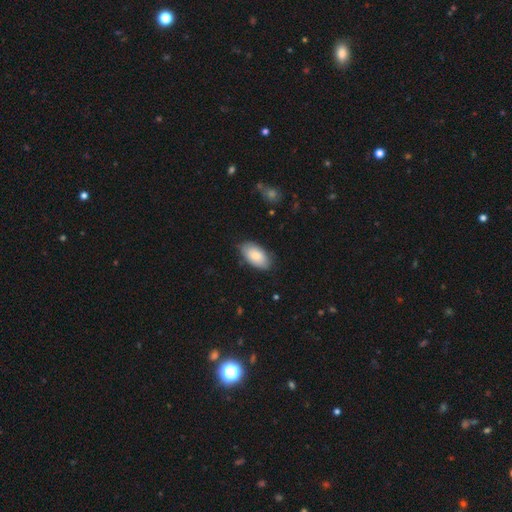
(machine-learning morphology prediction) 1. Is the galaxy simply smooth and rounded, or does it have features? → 84% smooth, 11% featured or disk, 6% star or artifact.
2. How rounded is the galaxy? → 96% in between, 3% round, 2% cigar-shaped.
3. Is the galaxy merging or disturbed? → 81% none, 15% minor disturbance, 3% major disturbance, 1% merger.